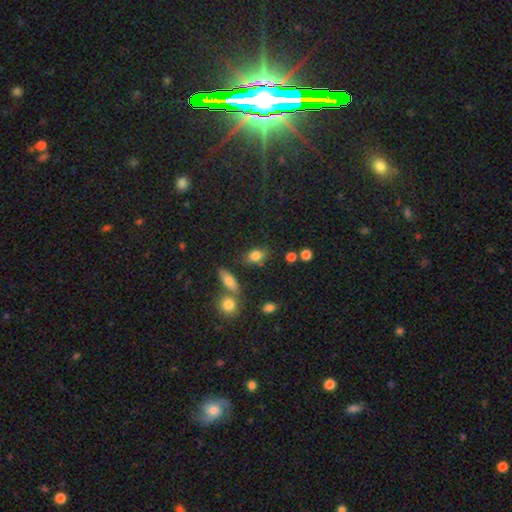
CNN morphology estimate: This appears to be a smooth galaxy with no disk features (81%) that is in between round and cigar-shaped (69%). Merging: none (72%).